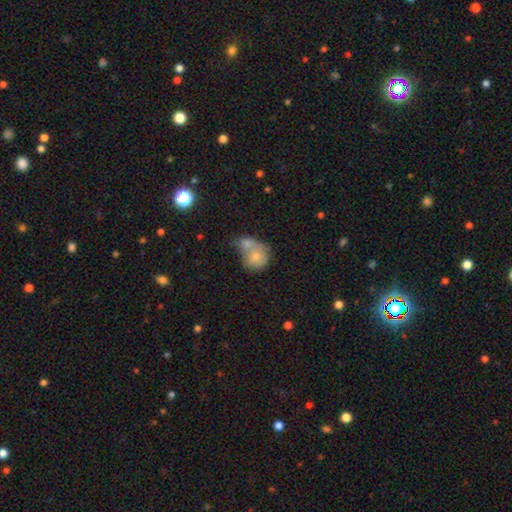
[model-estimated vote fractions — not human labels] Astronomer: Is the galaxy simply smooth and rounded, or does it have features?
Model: smooth — 75%.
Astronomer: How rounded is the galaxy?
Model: round — 73%.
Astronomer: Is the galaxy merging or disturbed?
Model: merger — 66%.